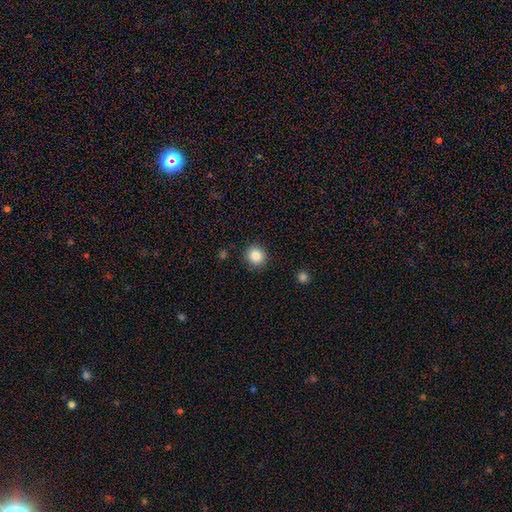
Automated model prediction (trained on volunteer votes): The model was most divided on "smooth or featured": smooth: 86%, star or artifact: 9%, featured or disk: 4%. More confident: merging — none (90%); how rounded — round (88%).